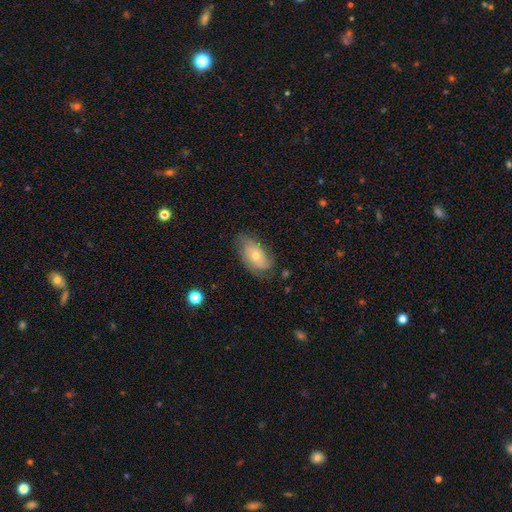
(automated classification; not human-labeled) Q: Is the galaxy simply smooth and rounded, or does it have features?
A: featured or disk — 55%.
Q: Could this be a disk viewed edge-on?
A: no — 92%.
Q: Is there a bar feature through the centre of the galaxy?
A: no — 81%.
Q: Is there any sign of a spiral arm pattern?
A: yes — 80%.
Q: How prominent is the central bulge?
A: small — 54%.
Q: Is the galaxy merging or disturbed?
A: none — 67%.